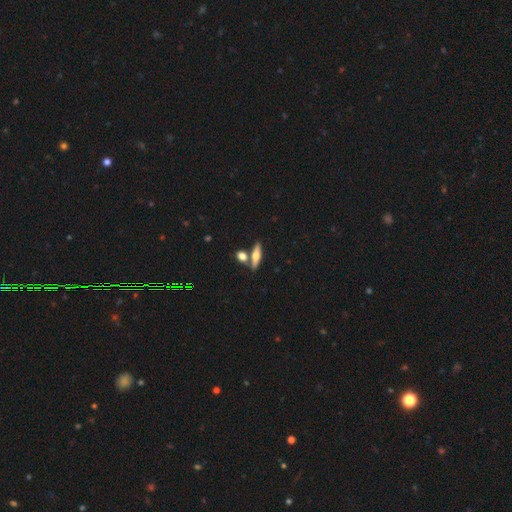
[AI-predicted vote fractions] Morphology: type=smooth (48%); merging=none (69%).